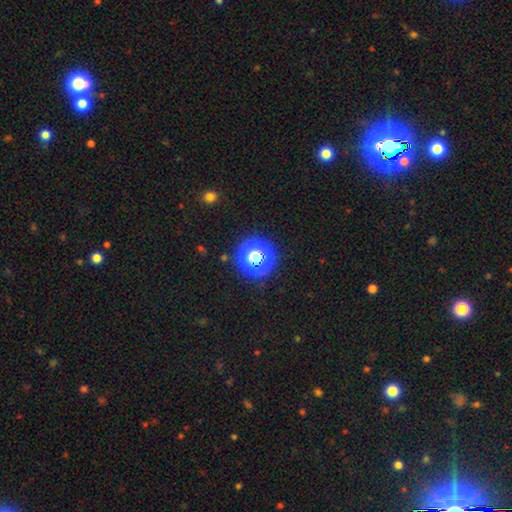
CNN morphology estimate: star or artifact 70%, smooth 24%, featured or disk 6%.